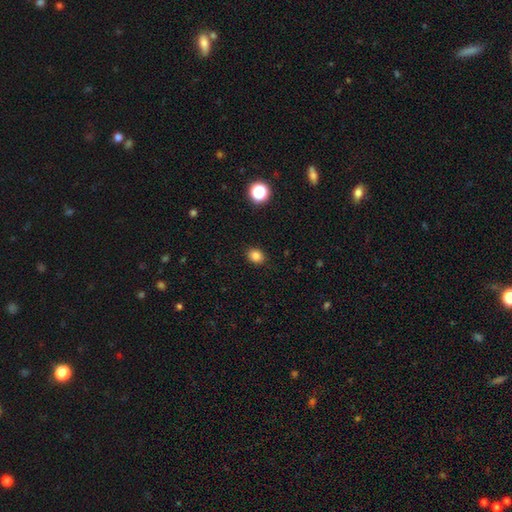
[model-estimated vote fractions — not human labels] Smooth or featured: smooth — 83% (star or artifact — 13%)
How rounded: round — 54% (in between — 45%)
Merging: none — 90% (minor disturbance — 7%)